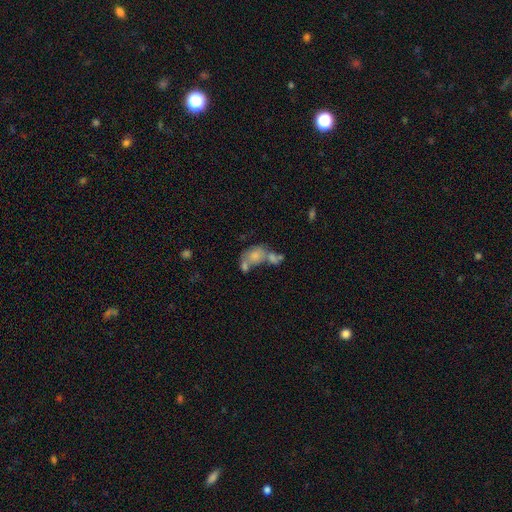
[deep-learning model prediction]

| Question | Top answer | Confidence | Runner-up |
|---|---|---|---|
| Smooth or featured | smooth | 64% | featured or disk (26%) |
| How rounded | in between | 72% | round (26%) |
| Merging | merger | 59% | none (21%) |